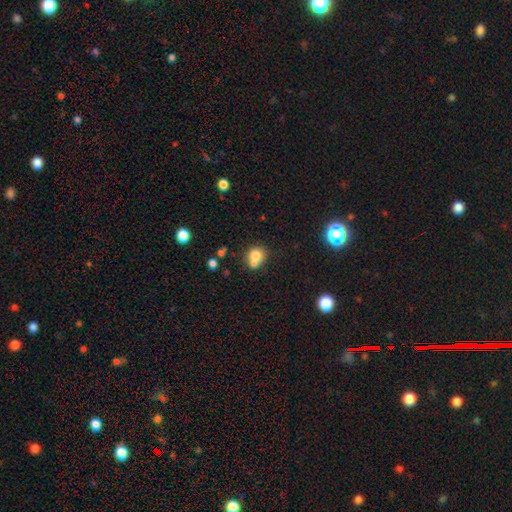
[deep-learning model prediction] Smooth or featured: smooth — 74% (featured or disk — 14%)
How rounded: round — 78% (in between — 21%)
Merging: merger — 48% (none — 40%)